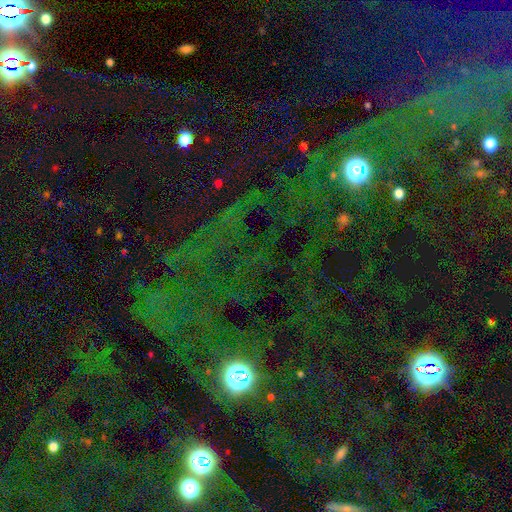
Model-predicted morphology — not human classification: This appears to be a star or artifact, not a galaxy (75%).